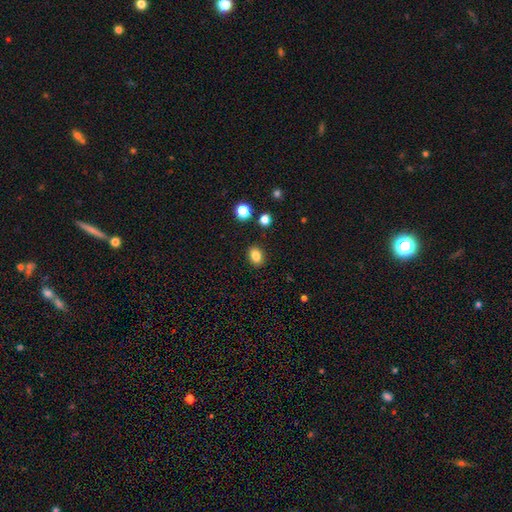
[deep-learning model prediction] Smooth or featured? smooth (84%)
How rounded? in between (69%)
Merging? none (88%)